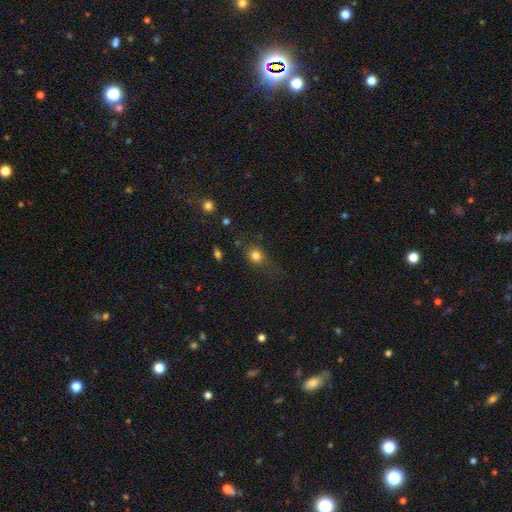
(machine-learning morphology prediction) Smooth or featured: smooth — 80% (star or artifact — 12%)
How rounded: round — 66% (in between — 32%)
Merging: none — 66% (minor disturbance — 21%)